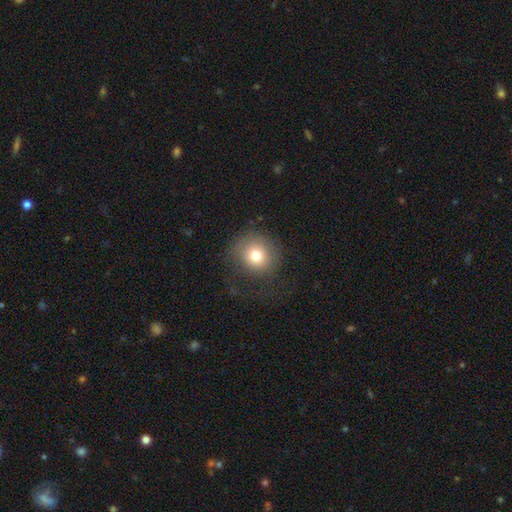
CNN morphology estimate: Smooth or featured?
  - smooth: 75% *
  - featured or disk: 13%
  - star or artifact: 11%
How rounded?
  - round: 87% *
  - in between: 12%
  - cigar-shaped: 1%
Merging?
  - none: 68% *
  - major disturbance: 15%
  - minor disturbance: 15%
  - merger: 1%